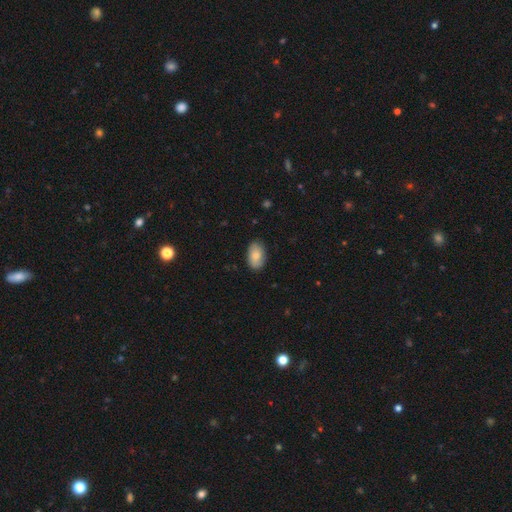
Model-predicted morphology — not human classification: smooth_or_featured: smooth (p=0.80) [alt: featured or disk p=0.13]
how_rounded: in between (p=0.92) [alt: round p=0.07]
merging: none (p=0.85) [alt: minor disturbance p=0.12]